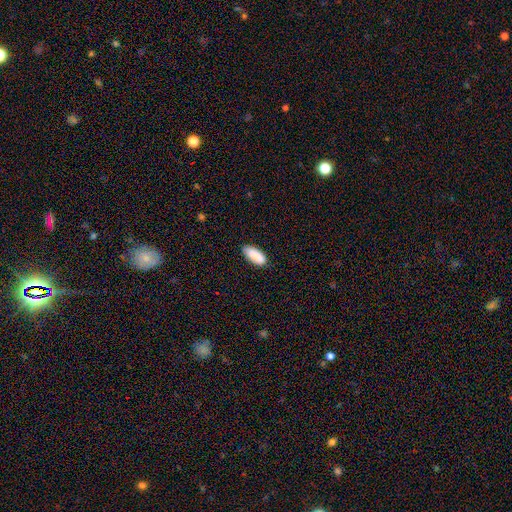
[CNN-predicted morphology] smooth 90%, star or artifact 6%, featured or disk 4%. Down the decision tree: how rounded — in between (88%); merging — none (84%).